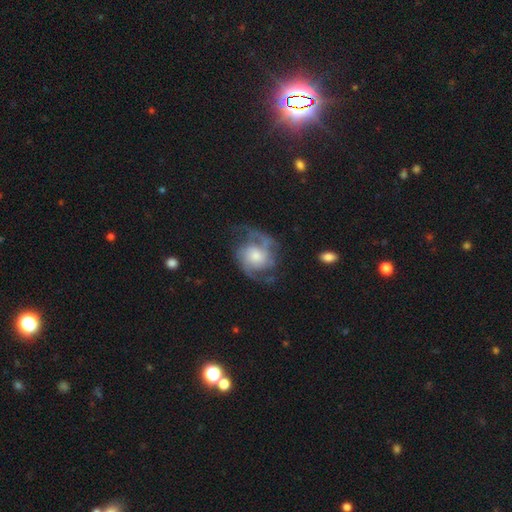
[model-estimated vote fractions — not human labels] A featured or disk galaxy (85%) with no bar (68%), 2 (78%) medium (52%) spiral arms (96%) and a moderate central bulge (41%).

Vote fractions:
- Smooth or featured? featured or disk: 85% / smooth: 10% / star or artifact: 5%
- Edge-on disk? no: 98% / yes: 2%
- Bar? no: 68% / weak: 27% / strong: 6%
- Spiral arms? yes: 96% / no: 4%
- Spiral winding? medium: 52% / loose: 25% / tight: 23%
- Spiral arm count? 2: 78% / 3: 7% / can't tell: 6% / 1: 3% / 4: 3% / more than 4: 2%
- Bulge size? moderate: 41% / small: 26% / large: 24% / none: 6% / dominant: 3%
- Merging? none: 66% / minor disturbance: 18% / major disturbance: 14% / merger: 2%